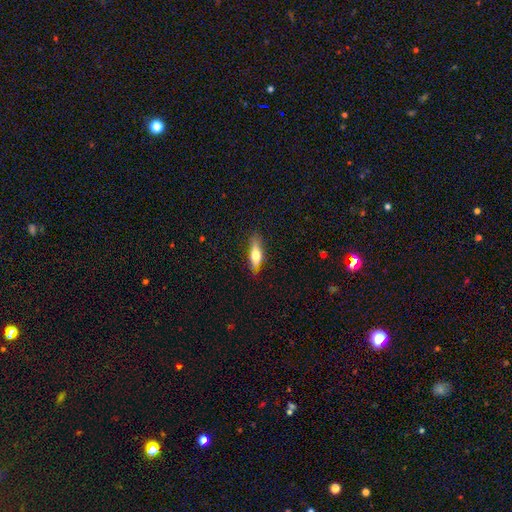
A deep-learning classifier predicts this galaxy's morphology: Smooth or featured?
  - smooth: 57% *
  - featured or disk: 37%
  - star or artifact: 6%
How rounded?
  - cigar-shaped: 55% *
  - in between: 42%
  - round: 3%
Merging?
  - none: 81% *
  - minor disturbance: 14%
  - major disturbance: 3%
  - merger: 1%